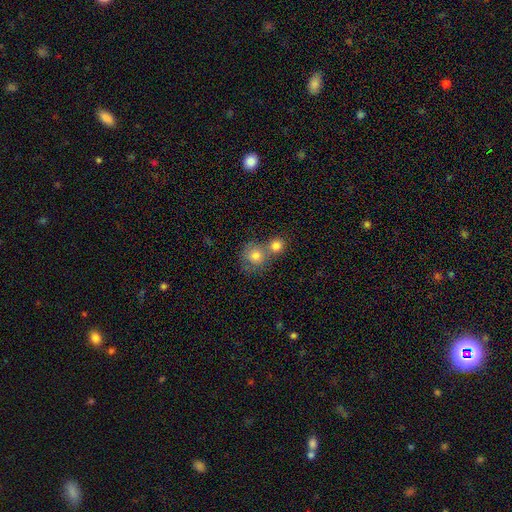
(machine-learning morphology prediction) The model was most divided on "merging": merger: 47%, none: 41%, minor disturbance: 9%, major disturbance: 4%. More confident: how rounded — round (86%); smooth or featured — smooth (79%).